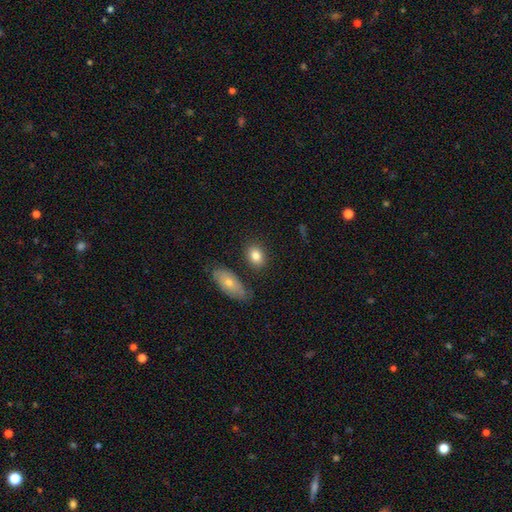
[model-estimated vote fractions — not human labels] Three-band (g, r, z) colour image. It shows a smooth galaxy with no disk features (82%) that is in between round and cigar-shaped (66%). Merging: none (79%).